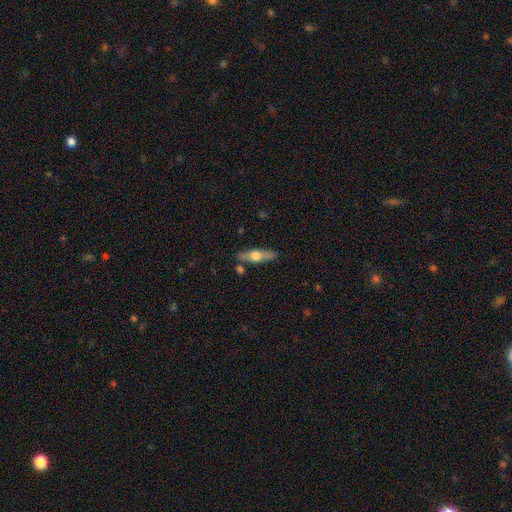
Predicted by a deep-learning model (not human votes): Overall: featured or disk (51%; smooth 44%). Edge-on disk: yes (88%). Merging: none (81%).